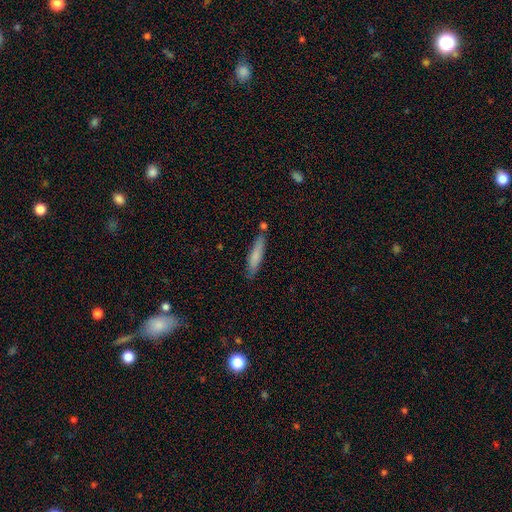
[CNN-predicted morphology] This is likely a smooth galaxy (77%). How rounded: clearly cigar-shaped (83%). Merging: likely none (76%).